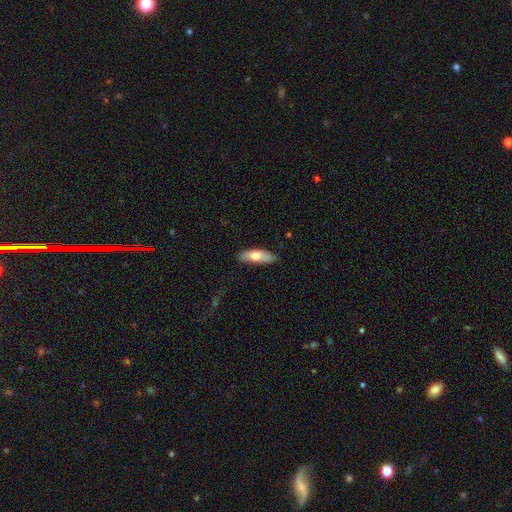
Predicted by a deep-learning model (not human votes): Overall: smooth (71%). How rounded: in between (63%; cigar-shaped 34%). Merging: none (79%).